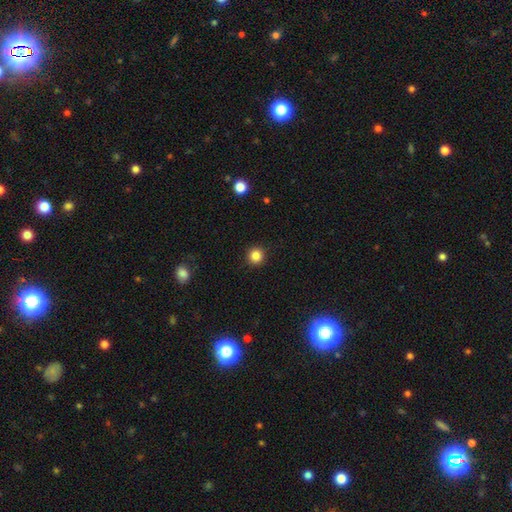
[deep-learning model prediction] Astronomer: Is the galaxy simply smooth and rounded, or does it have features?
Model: smooth — 85%.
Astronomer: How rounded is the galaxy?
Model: round — 95%.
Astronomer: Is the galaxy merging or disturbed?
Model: none — 92%.